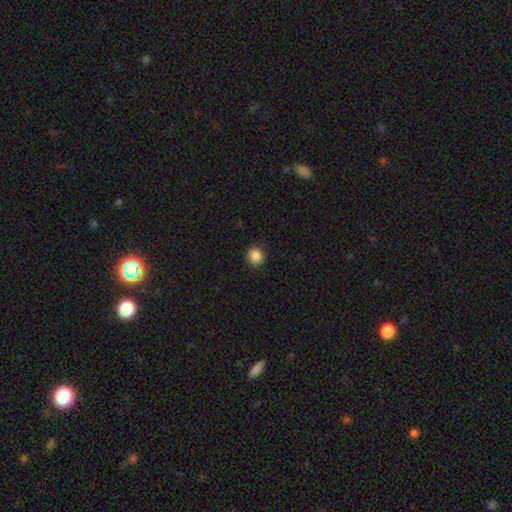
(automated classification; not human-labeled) A smooth galaxy with no disk features (87%) that is round (86%). Merging: none (90%).